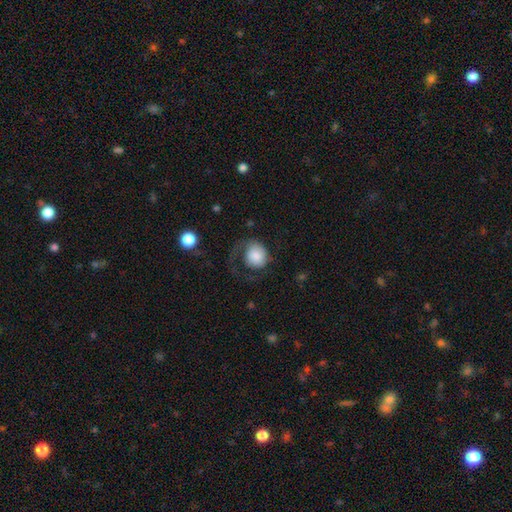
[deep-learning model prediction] A smooth galaxy with no disk features (70%) that is round (77%). Merging: major disturbance (46%).